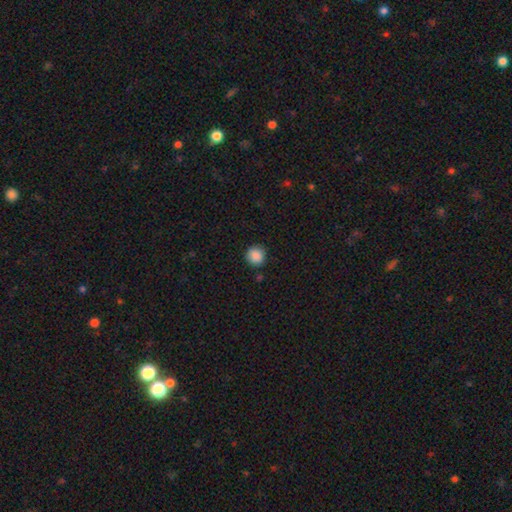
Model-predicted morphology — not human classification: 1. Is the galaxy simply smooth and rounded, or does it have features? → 88% smooth, 9% star or artifact, 3% featured or disk.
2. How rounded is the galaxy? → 92% round, 7% in between, 1% cigar-shaped.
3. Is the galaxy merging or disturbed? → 87% none, 9% minor disturbance, 2% major disturbance, 2% merger.